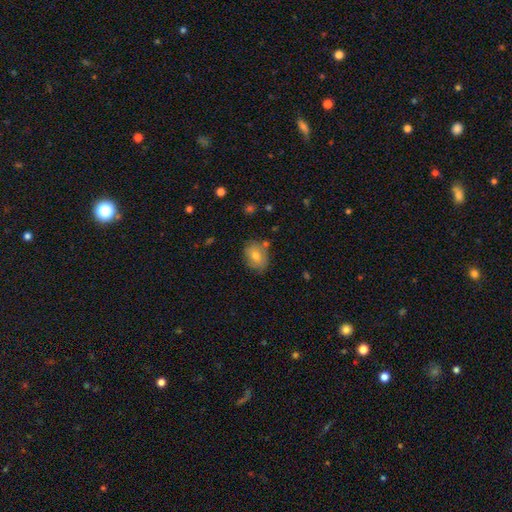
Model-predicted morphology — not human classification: smooth-or-featured: smooth: 70% | featured or disk: 20% | star or artifact: 10%
  how-rounded: in between: 60% | round: 39% | cigar-shaped: 1%
  merging: none: 71% | minor disturbance: 19% | merger: 6% | major disturbance: 4%